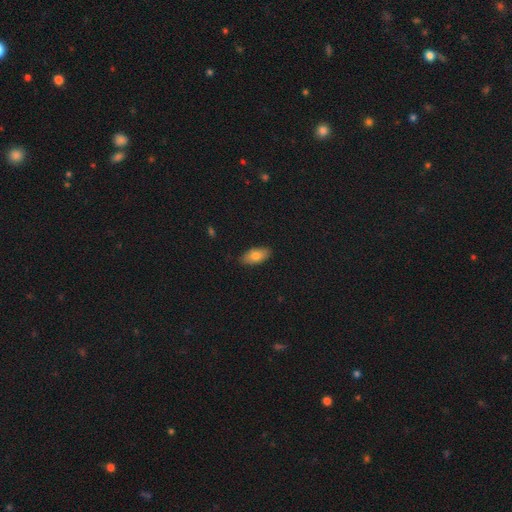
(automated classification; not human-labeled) Smooth or featured?
  - smooth: 79% *
  - featured or disk: 14%
  - star or artifact: 7%
How rounded?
  - in between: 91% *
  - cigar-shaped: 6%
  - round: 3%
Merging?
  - none: 86% *
  - minor disturbance: 11%
  - major disturbance: 2%
  - merger: 1%